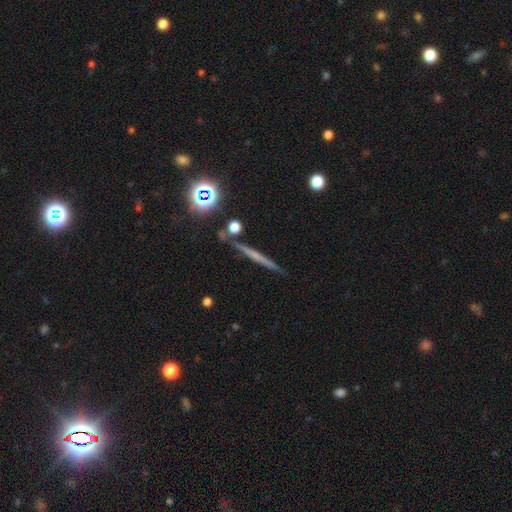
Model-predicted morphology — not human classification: A featured or disk galaxy (51%) viewed edge-on (96%).

Vote fractions:
- Smooth or featured? featured or disk: 51% / smooth: 34% / star or artifact: 15%
- Edge-on disk? yes: 96% / no: 4%
- Merging? none: 87% / minor disturbance: 8% / merger: 3% / major disturbance: 2%